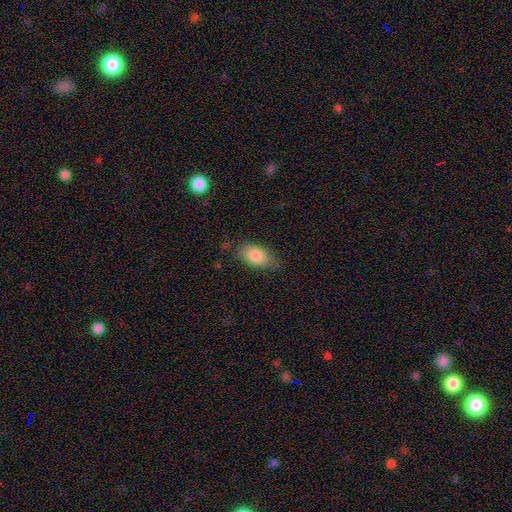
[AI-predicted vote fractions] Morphology: type=smooth (83%); roundness=in between (91%); merging=none (76%).